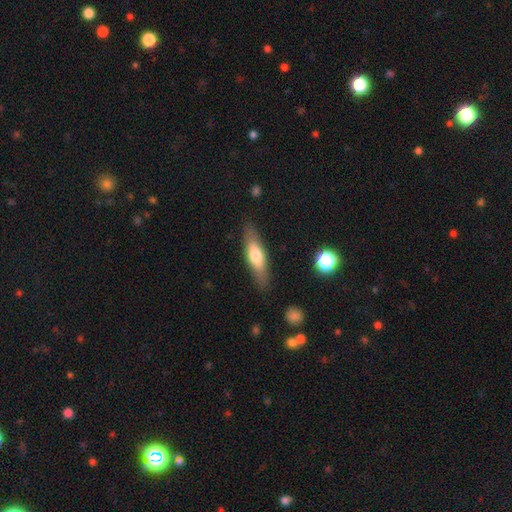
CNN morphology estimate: This is possibly a smooth galaxy (59%). How rounded: possibly cigar-shaped (56%). Merging: clearly none (83%).